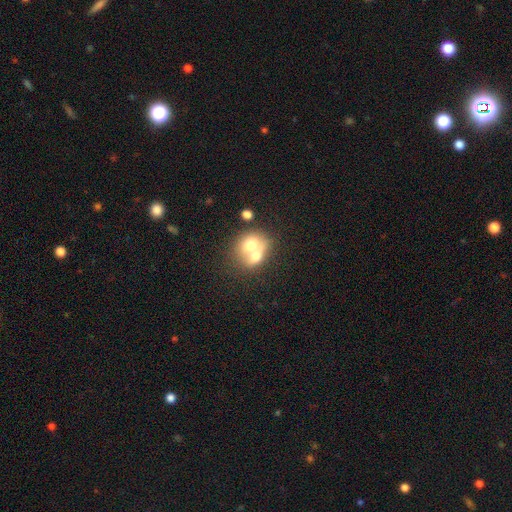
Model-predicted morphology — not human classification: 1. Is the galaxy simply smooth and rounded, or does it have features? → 65% smooth, 27% featured or disk, 8% star or artifact.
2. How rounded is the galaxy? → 54% round, 44% in between, 1% cigar-shaped.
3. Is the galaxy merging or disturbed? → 69% merger, 20% none, 7% minor disturbance, 4% major disturbance.